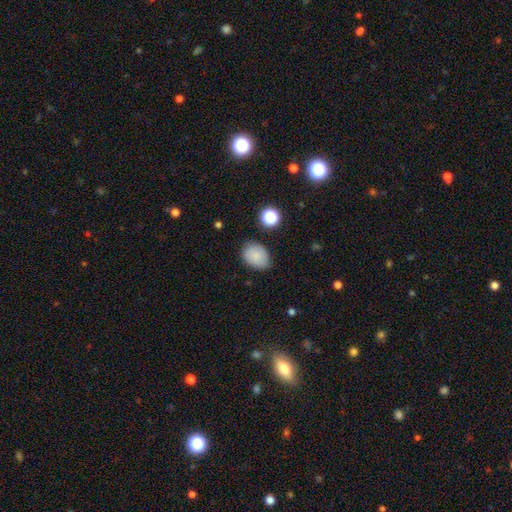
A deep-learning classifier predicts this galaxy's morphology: Q: Smooth or featured?
A: smooth (84%); runner-up: star or artifact (9%)
Q: How rounded?
A: in between (66%); runner-up: round (33%)
Q: Merging?
A: none (79%); runner-up: minor disturbance (16%)